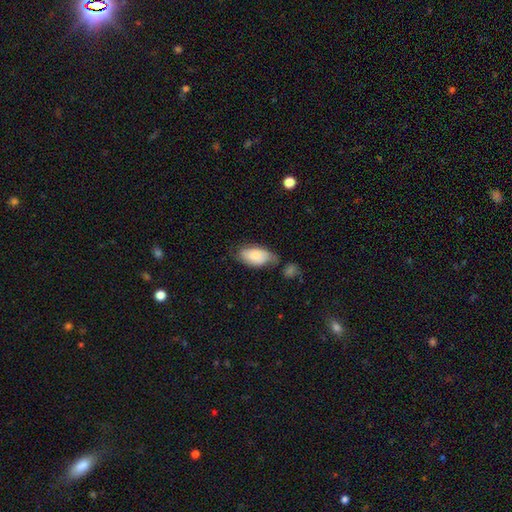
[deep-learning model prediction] Smooth or featured?
  - smooth: 76% *
  - featured or disk: 18%
  - star or artifact: 6%
How rounded?
  - in between: 94% *
  - round: 3%
  - cigar-shaped: 3%
Merging?
  - none: 48% *
  - minor disturbance: 29%
  - merger: 13%
  - major disturbance: 10%